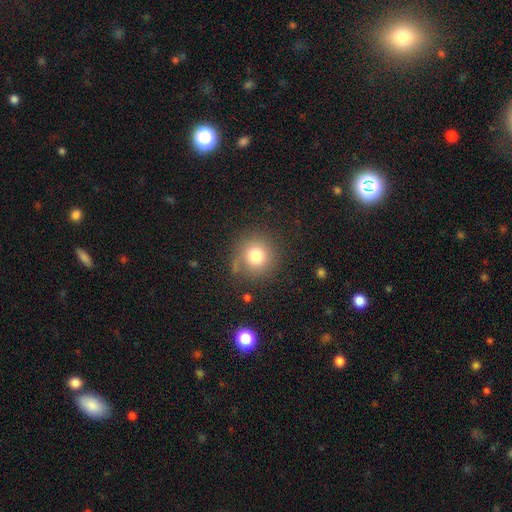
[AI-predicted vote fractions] The model was most divided on "smooth or featured": smooth: 77%, star or artifact: 13%, featured or disk: 10%. More confident: how rounded — round (92%); merging — none (78%).